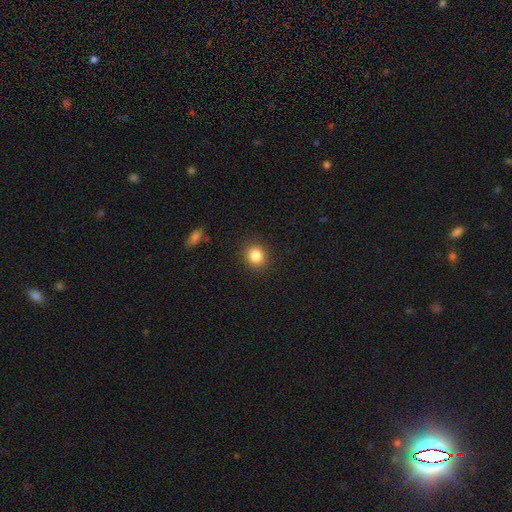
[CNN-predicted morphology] Smooth or featured? Predicted: smooth (p=0.85). How rounded? Predicted: round (p=0.79). Merging? Predicted: none (p=0.89).